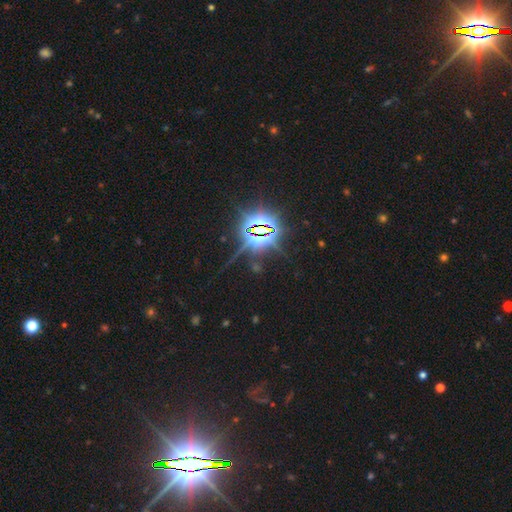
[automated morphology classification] This appears to be a star or artifact, not a galaxy (86%).